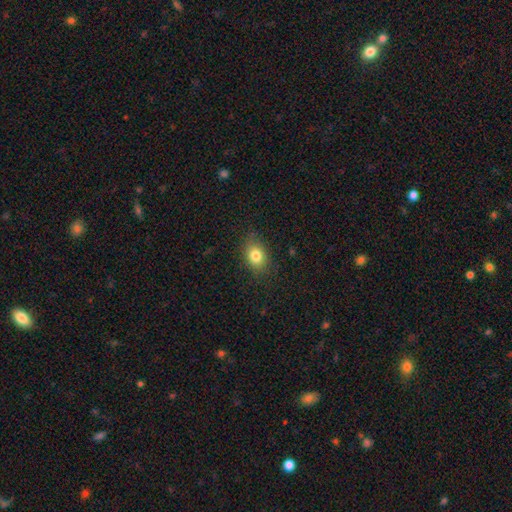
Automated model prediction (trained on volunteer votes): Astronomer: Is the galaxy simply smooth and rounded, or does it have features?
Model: smooth — 81%.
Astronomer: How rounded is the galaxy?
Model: in between — 62%.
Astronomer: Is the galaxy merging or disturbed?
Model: none — 82%.